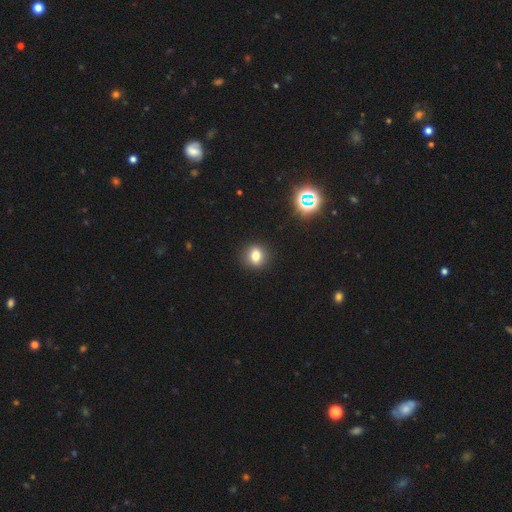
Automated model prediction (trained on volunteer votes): A smooth galaxy with no disk features (77%) that is round (66%). Merging: none (89%).